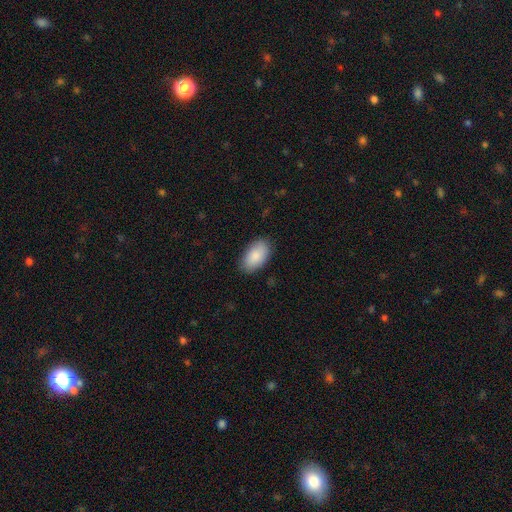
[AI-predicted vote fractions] Overall: smooth (87%). How rounded: in between (95%). Merging: none (85%).